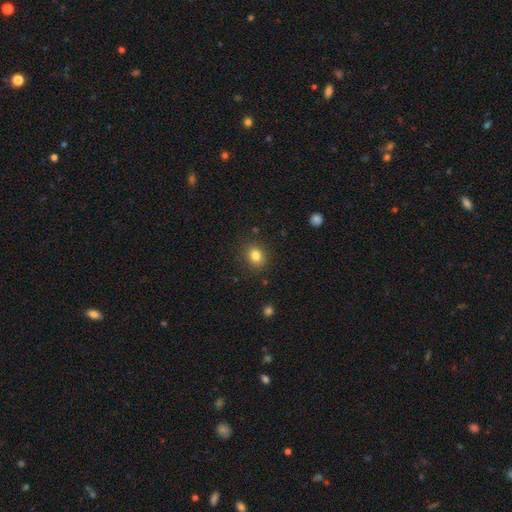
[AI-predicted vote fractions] A smooth galaxy with no disk features (82%) that is round (60%).

Vote fractions:
- Smooth or featured? smooth: 82% / star or artifact: 12% / featured or disk: 7%
- How rounded? round: 60% / in between: 39% / cigar-shaped: 1%
- Merging? none: 86% / minor disturbance: 10% / major disturbance: 3% / merger: 1%